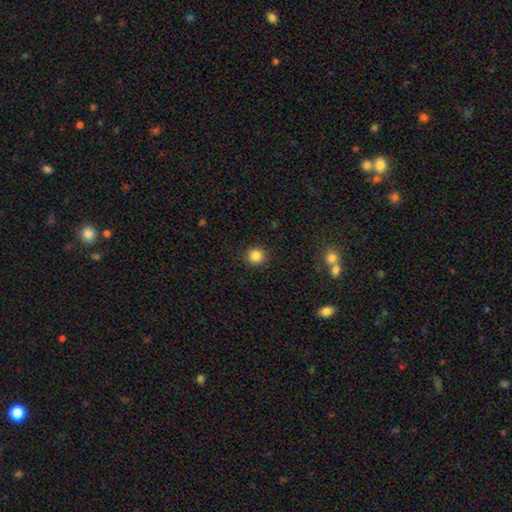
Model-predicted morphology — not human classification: Smooth or featured?
  - smooth: 86% *
  - star or artifact: 10%
  - featured or disk: 4%
How rounded?
  - round: 93% *
  - in between: 6%
  - cigar-shaped: 1%
Merging?
  - none: 91% *
  - minor disturbance: 6%
  - major disturbance: 2%
  - merger: 1%